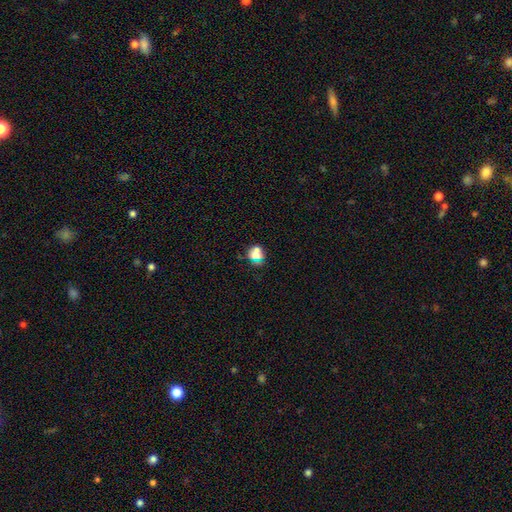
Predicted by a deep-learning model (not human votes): Smooth or featured: smooth — 59% (star or artifact — 31%)
How rounded: round — 81% (in between — 17%)
Merging: none — 73% (minor disturbance — 12%)